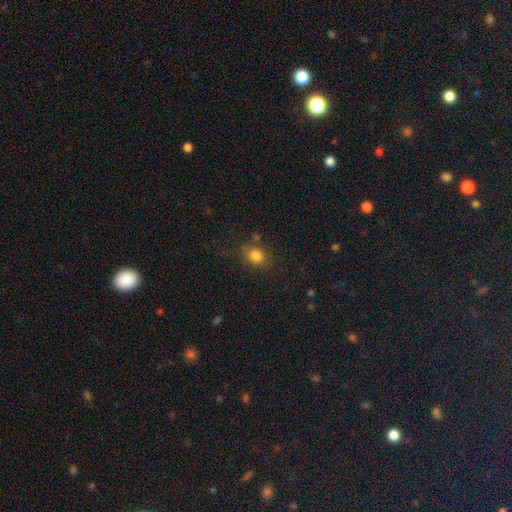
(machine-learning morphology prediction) Smooth or featured: smooth — 80% (star or artifact — 13%)
How rounded: round — 61% (in between — 38%)
Merging: none — 75% (minor disturbance — 15%)